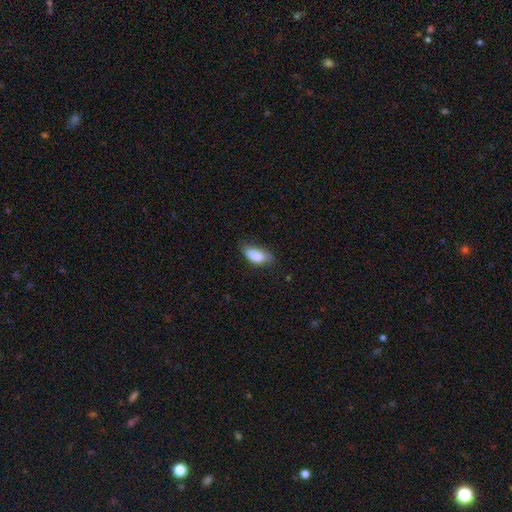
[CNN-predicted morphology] A smooth galaxy with no disk features (81%) that is in between round and cigar-shaped (84%). Merging: none (49%).